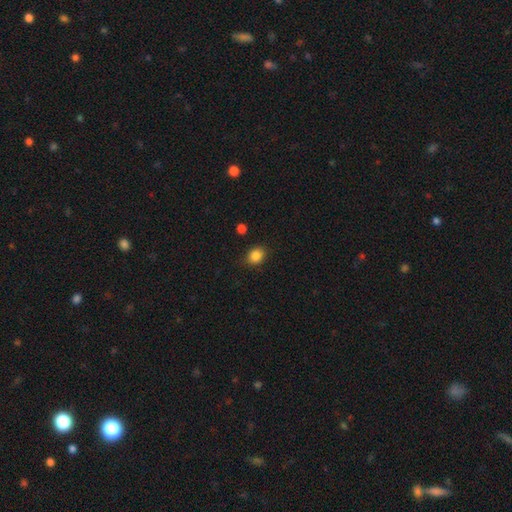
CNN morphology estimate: A smooth galaxy with no disk features (85%) that is round (52%).

Vote fractions:
- Smooth or featured? smooth: 85% / star or artifact: 10% / featured or disk: 5%
- How rounded? round: 52% / in between: 47% / cigar-shaped: 1%
- Merging? none: 84% / minor disturbance: 11% / major disturbance: 3% / merger: 2%